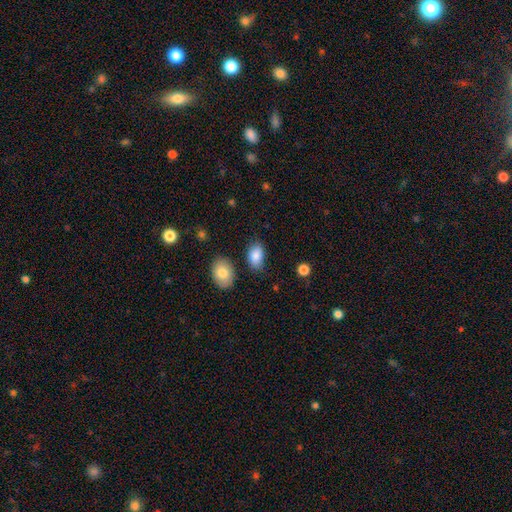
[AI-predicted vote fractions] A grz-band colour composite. It shows a smooth galaxy with no disk features (87%) that is in between round and cigar-shaped (91%). Merging: none (77%).